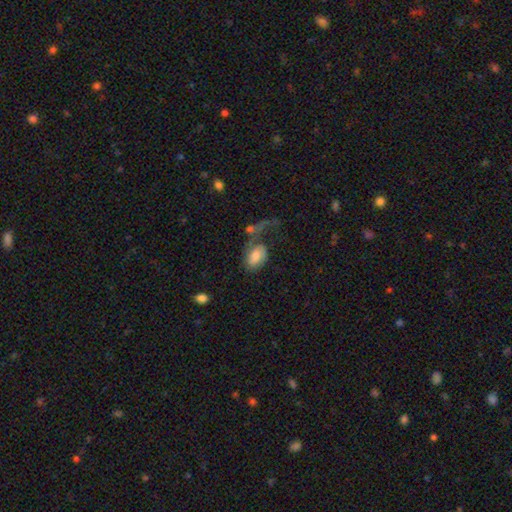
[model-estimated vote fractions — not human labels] smooth_or_featured: smooth (p=0.68) [alt: featured or disk p=0.25]
how_rounded: in between (p=0.89) [alt: round p=0.09]
merging: major disturbance (p=0.36) [alt: none p=0.30]